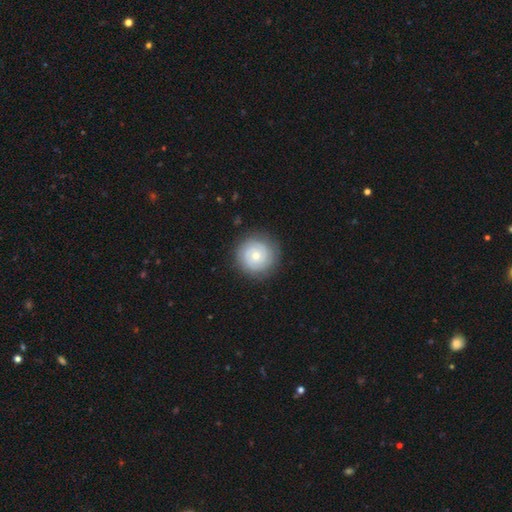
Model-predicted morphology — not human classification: This is likely a featured or disk galaxy (60%). It is clearly not viewed edge-on (98%). Bar: clearly no (81%). Spiral arm pattern: clearly yes (85%). Spiral arm count: marginally 2 (41%). Spiral winding: likely tight (80%). Central bulge: possibly small (55%). Merging: clearly none (87%).